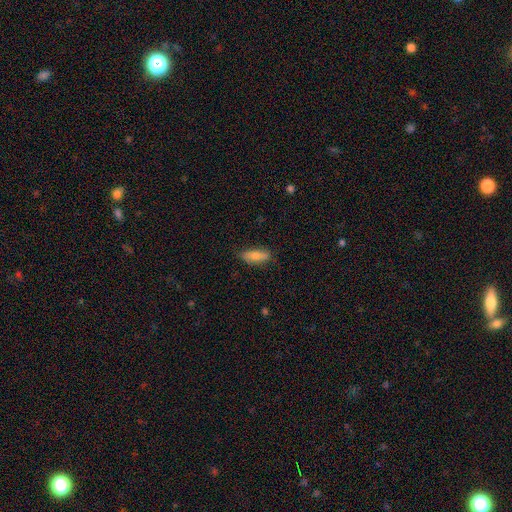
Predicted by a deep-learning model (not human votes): smooth_or_featured: smooth (p=0.76) [alt: featured or disk p=0.18]
how_rounded: in between (p=0.68) [alt: cigar-shaped p=0.30]
merging: none (p=0.80) [alt: minor disturbance p=0.16]